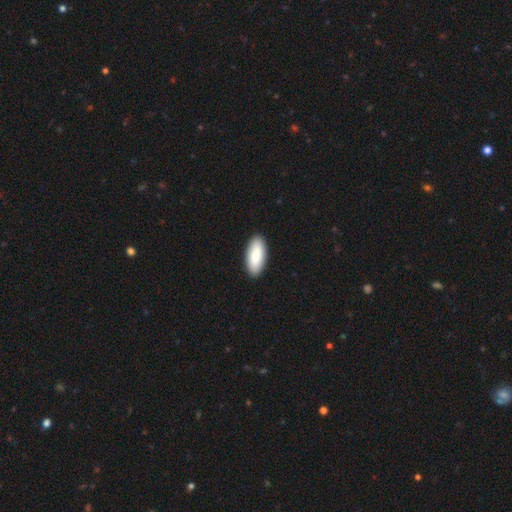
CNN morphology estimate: Q: Smooth or featured?
A: smooth (88%); runner-up: featured or disk (7%)
Q: How rounded?
A: in between (87%); runner-up: cigar-shaped (11%)
Q: Merging?
A: none (91%); runner-up: minor disturbance (7%)